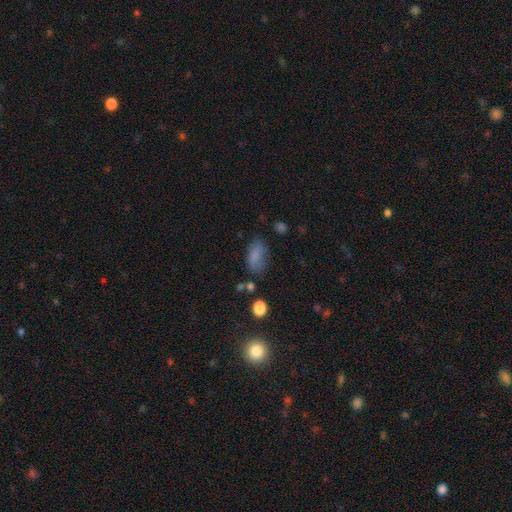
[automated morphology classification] This appears to be a smooth galaxy with no disk features (77%) that is in between round and cigar-shaped (89%). Merging: none (59%).